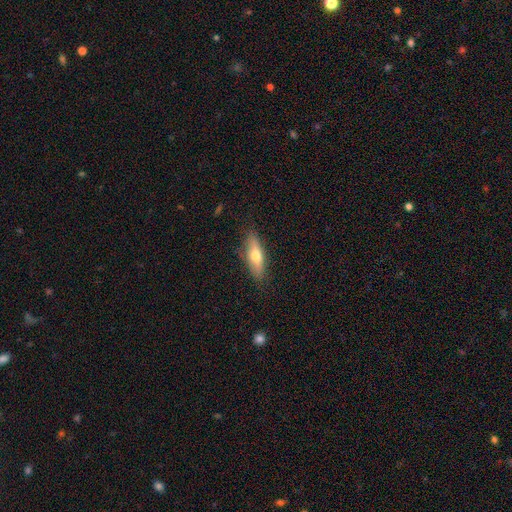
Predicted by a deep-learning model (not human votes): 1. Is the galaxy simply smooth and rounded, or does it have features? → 61% smooth, 33% featured or disk, 6% star or artifact.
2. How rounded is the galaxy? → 51% in between, 47% cigar-shaped, 3% round.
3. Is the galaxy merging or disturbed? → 83% none, 13% minor disturbance, 3% major disturbance, 1% merger.